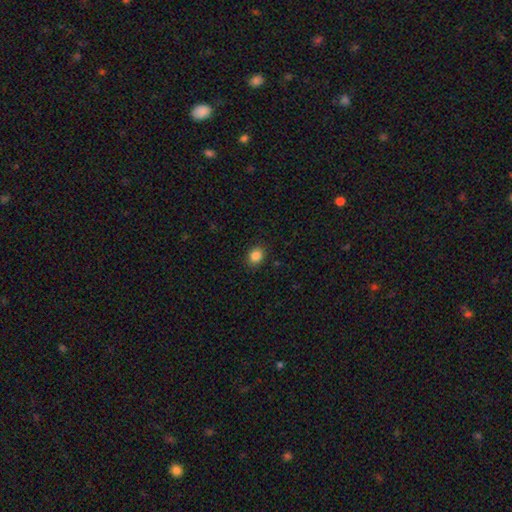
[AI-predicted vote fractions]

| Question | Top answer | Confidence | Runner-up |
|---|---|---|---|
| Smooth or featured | smooth | 86% | star or artifact (10%) |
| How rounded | round | 59% | in between (40%) |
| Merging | none | 89% | minor disturbance (8%) |